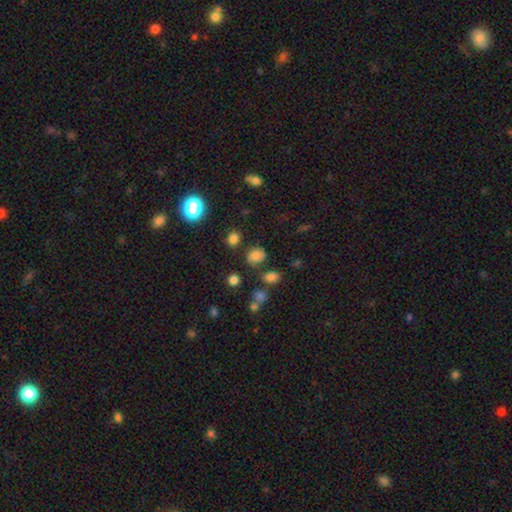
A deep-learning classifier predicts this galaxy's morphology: This is likely a smooth galaxy (75%). How rounded: possibly round (53%). Merging: likely none (74%).